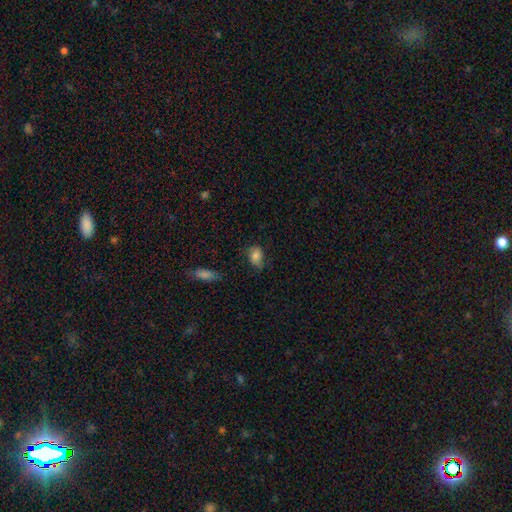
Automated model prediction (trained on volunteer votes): Morphology: type=smooth (80%); roundness=in between (76%); merging=none (55%).